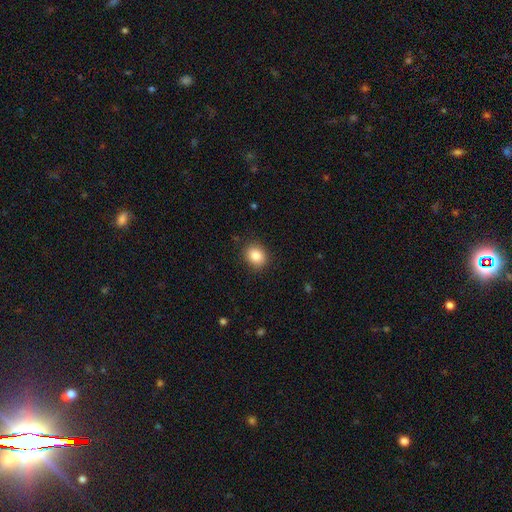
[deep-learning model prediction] Overall: smooth (85%). How rounded: round (62%; in between 37%). Merging: none (87%).